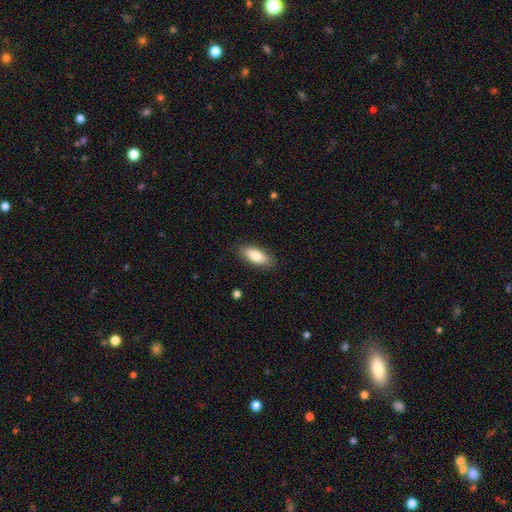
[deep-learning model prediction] Overall: smooth (80%). How rounded: in between (81%). Merging: none (86%).